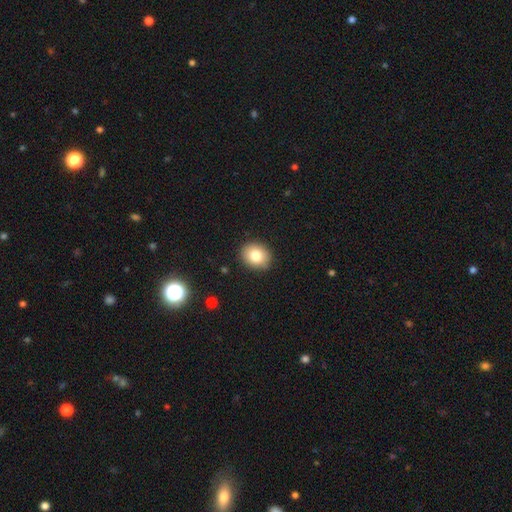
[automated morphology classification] The model was most divided on "how rounded": round: 63%, in between: 36%, cigar-shaped: 1%. More confident: merging — none (90%); smooth or featured — smooth (80%).